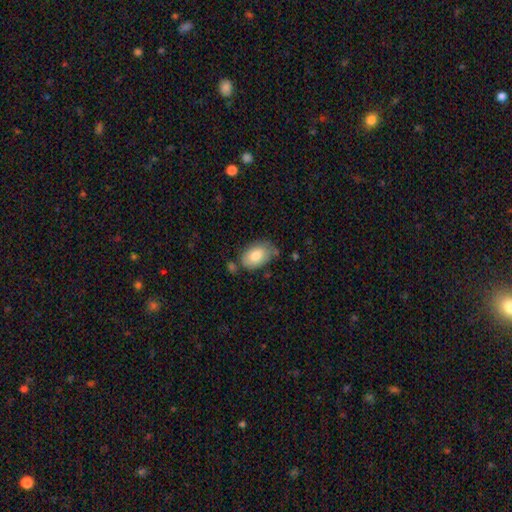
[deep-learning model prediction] This is likely a smooth galaxy (80%). How rounded: clearly in between (91%). Merging: possibly none (59%).